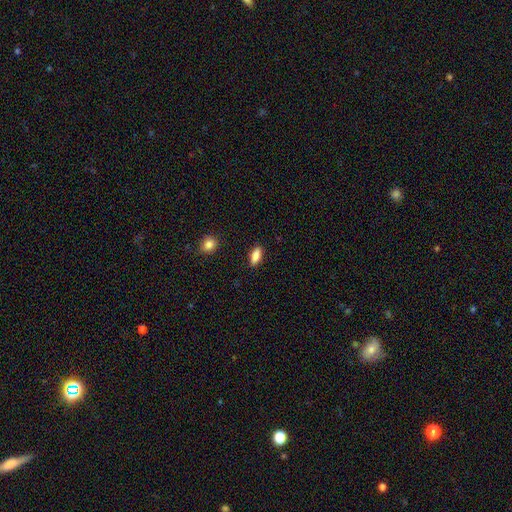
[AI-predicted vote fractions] Morphology: type=smooth (84%); roundness=in between (77%); merging=none (88%).